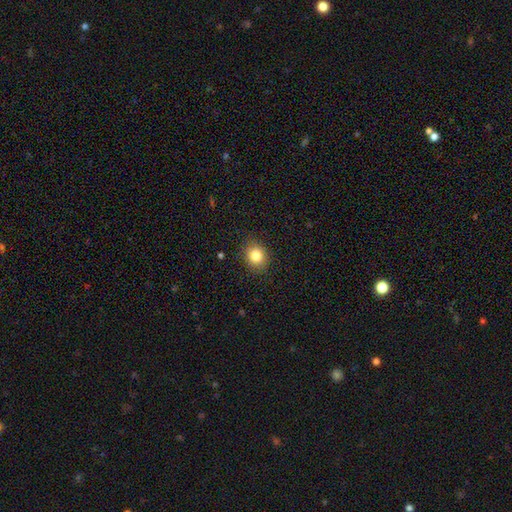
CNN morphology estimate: smooth-or-featured: smooth: 83% | star or artifact: 10% | featured or disk: 7%
  how-rounded: round: 67% | in between: 33% | cigar-shaped: 1%
  merging: none: 87% | minor disturbance: 9% | major disturbance: 2% | merger: 1%